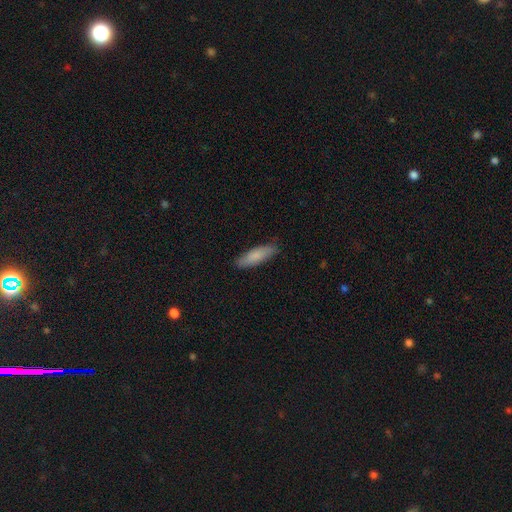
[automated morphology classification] The model was most divided on "how rounded": cigar-shaped: 53%, in between: 46%, round: 1%. More confident: merging — none (85%); smooth or featured — smooth (84%).